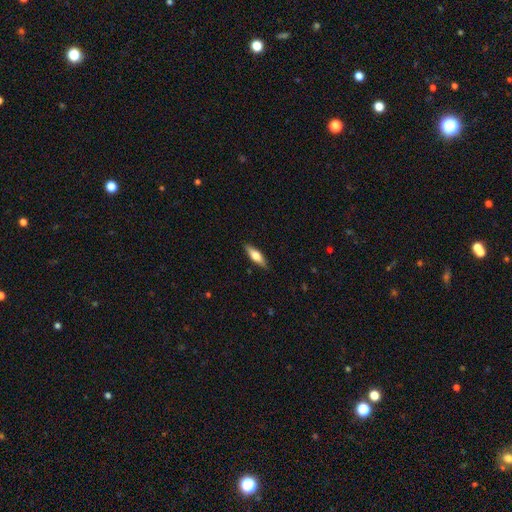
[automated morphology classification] Q: Smooth or featured?
A: smooth (62%); runner-up: featured or disk (32%)
Q: How rounded?
A: cigar-shaped (52%); runner-up: in between (46%)
Q: Merging?
A: none (87%); runner-up: minor disturbance (10%)